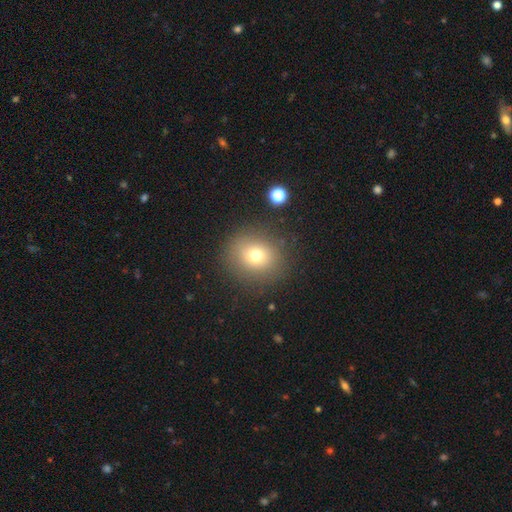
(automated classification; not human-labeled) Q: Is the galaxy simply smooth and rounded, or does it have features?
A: smooth — 72%.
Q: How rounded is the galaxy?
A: round — 83%.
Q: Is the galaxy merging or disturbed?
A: none — 84%.